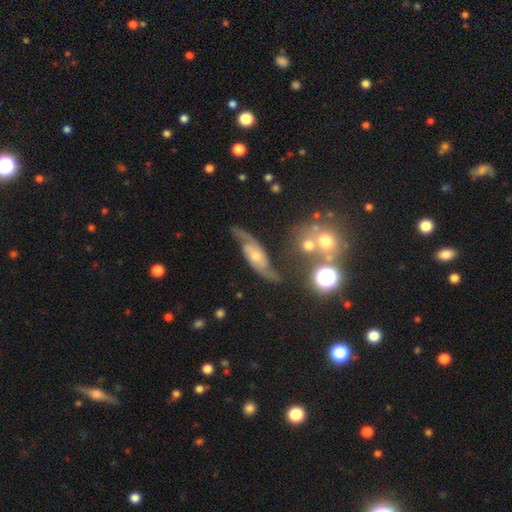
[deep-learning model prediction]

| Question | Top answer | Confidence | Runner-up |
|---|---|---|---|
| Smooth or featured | featured or disk | 81% | smooth (12%) |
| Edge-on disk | no | 89% | yes (11%) |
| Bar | no | 62% | weak (29%) |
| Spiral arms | yes | 94% | no (6%) |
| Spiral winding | loose | 58% | medium (31%) |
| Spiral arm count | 2 | 90% | can't tell (4%) |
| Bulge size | moderate | 49% | small (42%) |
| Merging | none | 64% | minor disturbance (20%) |